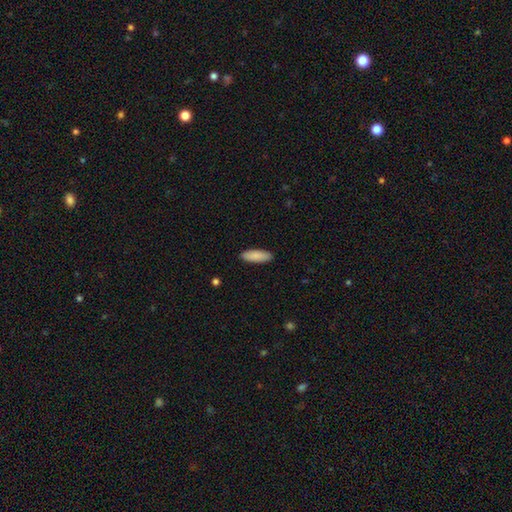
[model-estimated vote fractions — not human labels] This is clearly a smooth galaxy (88%). How rounded: likely in between (61%). Merging: clearly none (90%).